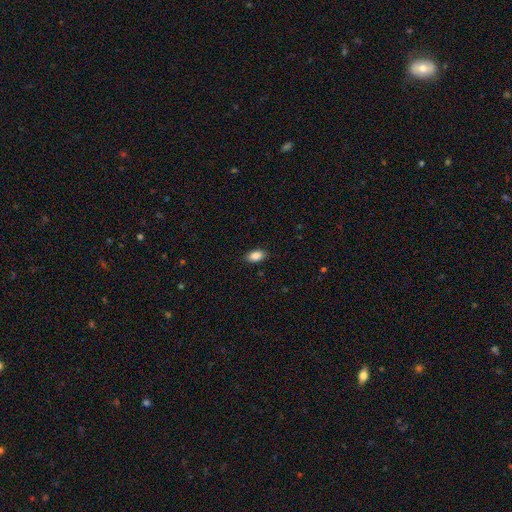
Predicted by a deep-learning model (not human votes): A smooth galaxy with no disk features (88%) that is in between round and cigar-shaped (92%). Merging: none (87%).